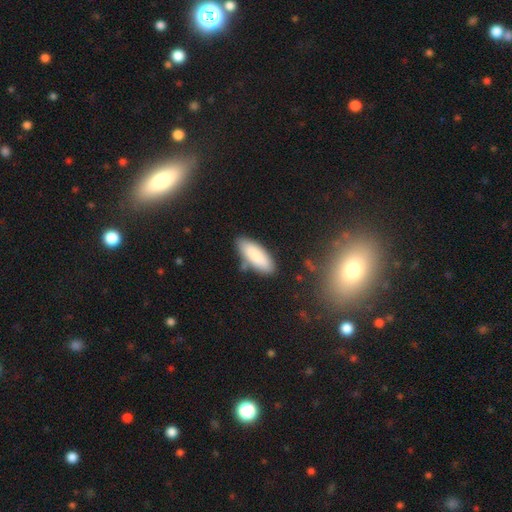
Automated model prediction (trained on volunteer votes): A smooth galaxy with no disk features (85%) that is in between round and cigar-shaped (68%).

Vote fractions:
- Smooth or featured? smooth: 85% / featured or disk: 8% / star or artifact: 6%
- How rounded? in between: 68% / cigar-shaped: 30% / round: 2%
- Merging? none: 75% / minor disturbance: 16% / merger: 6% / major disturbance: 3%